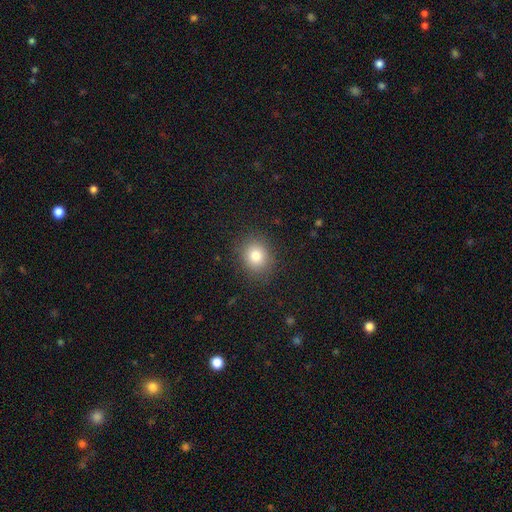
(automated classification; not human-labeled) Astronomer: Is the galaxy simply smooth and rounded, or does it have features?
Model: smooth — 80%.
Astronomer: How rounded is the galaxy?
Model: round — 73%.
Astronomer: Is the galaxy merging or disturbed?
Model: none — 87%.